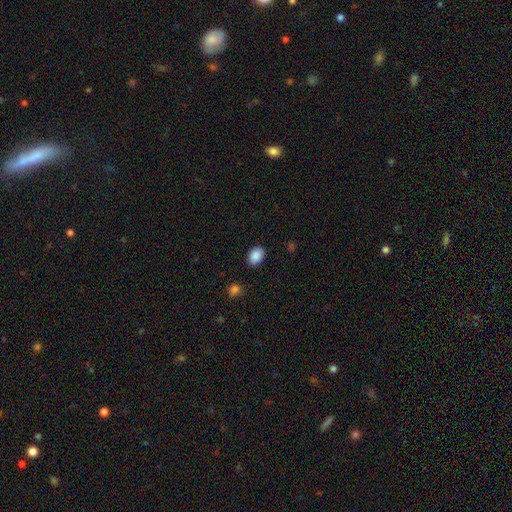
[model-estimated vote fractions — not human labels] The model was most divided on "how rounded": in between: 78%, round: 21%, cigar-shaped: 1%. More confident: smooth or featured — smooth (89%); merging — none (87%).